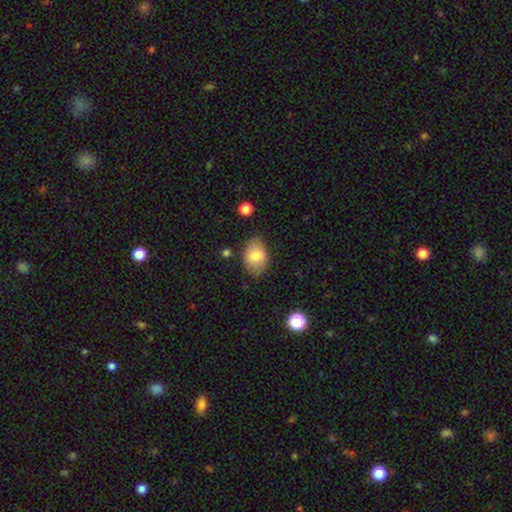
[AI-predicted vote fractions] A smooth galaxy with no disk features (79%) that is in between round and cigar-shaped (80%).

Vote fractions:
- Smooth or featured? smooth: 79% / featured or disk: 13% / star or artifact: 8%
- How rounded? in between: 80% / round: 19% / cigar-shaped: 1%
- Merging? none: 74% / minor disturbance: 20% / major disturbance: 4% / merger: 2%